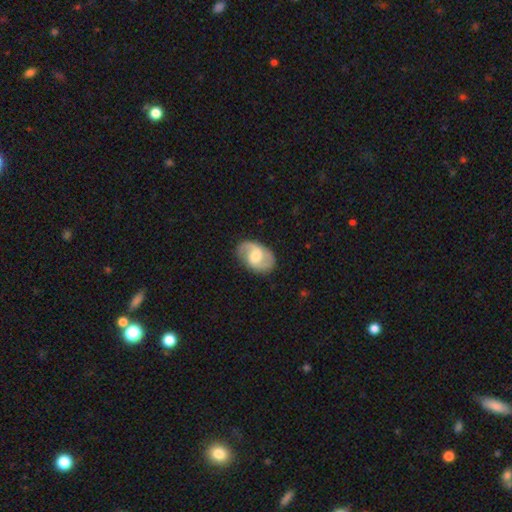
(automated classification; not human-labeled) This appears to be a featured or disk galaxy (75%) with a weak bar (55%), 2 (91%) medium (47%) spiral arms (92%) and a moderate central bulge (54%). Merging: none (83%).